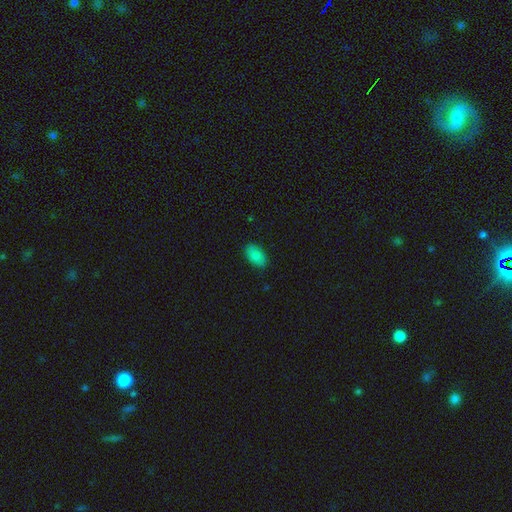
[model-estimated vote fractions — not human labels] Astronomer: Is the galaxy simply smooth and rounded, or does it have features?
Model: smooth — 87%.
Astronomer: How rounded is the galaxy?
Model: in between — 94%.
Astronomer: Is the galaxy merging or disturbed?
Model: none — 87%.